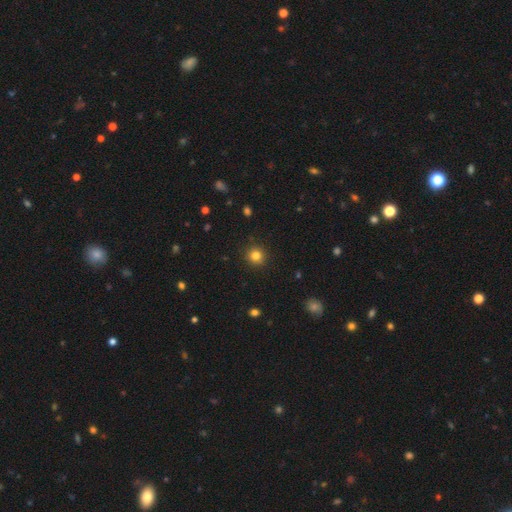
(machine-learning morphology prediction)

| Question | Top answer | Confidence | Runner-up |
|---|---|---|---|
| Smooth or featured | smooth | 82% | star or artifact (13%) |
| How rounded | round | 92% | in between (7%) |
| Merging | none | 91% | minor disturbance (6%) |